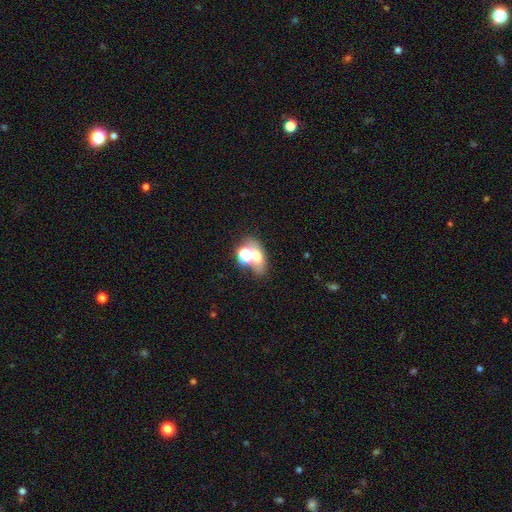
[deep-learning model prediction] smooth-or-featured: smooth: 54% | featured or disk: 23% | star or artifact: 23%
  how-rounded: in between: 64% | round: 33% | cigar-shaped: 3%
  merging: none: 43% | merger: 38% | minor disturbance: 11% | major disturbance: 8%